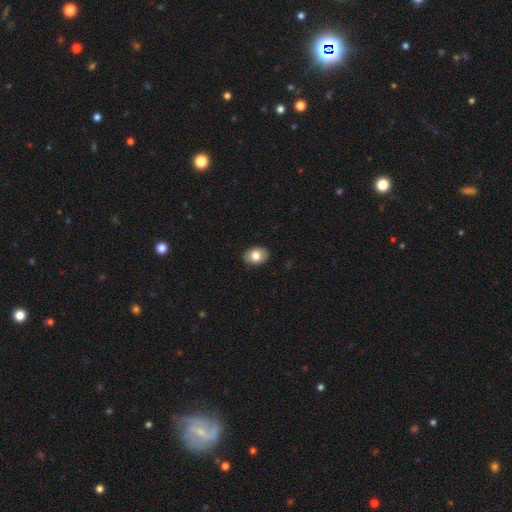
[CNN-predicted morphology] This is likely a smooth galaxy (77%). How rounded: likely in between (72%). Merging: clearly none (87%).